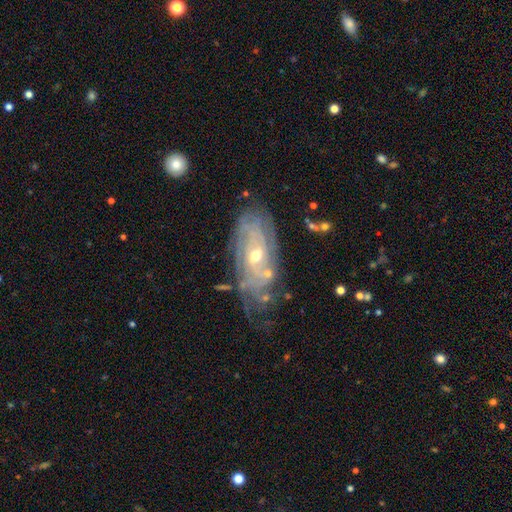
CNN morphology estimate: Q: Smooth or featured?
A: featured or disk (83%); runner-up: smooth (10%)
Q: Edge-on disk?
A: no (91%); runner-up: yes (9%)
Q: Bar?
A: no (64%); runner-up: weak (28%)
Q: Spiral arms?
A: yes (90%); runner-up: no (10%)
Q: Spiral winding?
A: tight (74%); runner-up: medium (20%)
Q: Spiral arm count?
A: can't tell (55%); runner-up: 2 (13%)
Q: Bulge size?
A: small (50%); runner-up: moderate (46%)
Q: Merging?
A: none (64%); runner-up: minor disturbance (23%)